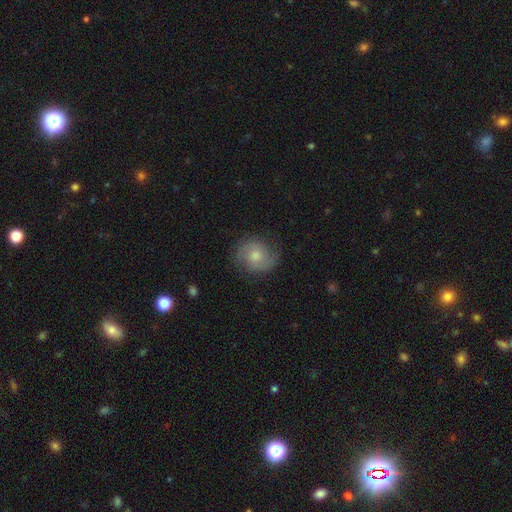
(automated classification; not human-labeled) smooth_or_featured: featured or disk (p=0.55) [alt: smooth p=0.38]
disk_edge_on: no (p=0.98) [alt: yes p=0.02]
bar: no (p=0.65) [alt: weak p=0.31]
has_spiral_arms: yes (p=0.89) [alt: no p=0.11]
bulge_size: moderate (p=0.56) [alt: small p=0.28]
merging: none (p=0.77) [alt: minor disturbance p=0.16]